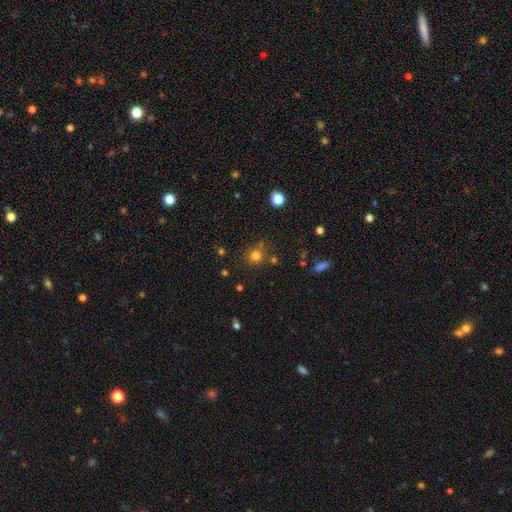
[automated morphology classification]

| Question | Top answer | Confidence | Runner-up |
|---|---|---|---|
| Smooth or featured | smooth | 77% | star or artifact (16%) |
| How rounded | round | 87% | in between (12%) |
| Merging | none | 77% | minor disturbance (12%) |